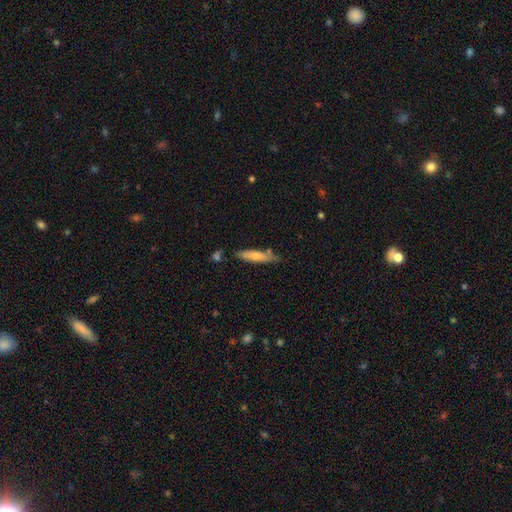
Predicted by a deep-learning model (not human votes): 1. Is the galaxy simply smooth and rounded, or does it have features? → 67% smooth, 27% featured or disk, 6% star or artifact.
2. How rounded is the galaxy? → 82% cigar-shaped, 16% in between, 1% round.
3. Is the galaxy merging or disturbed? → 72% none, 18% minor disturbance, 6% merger, 3% major disturbance.